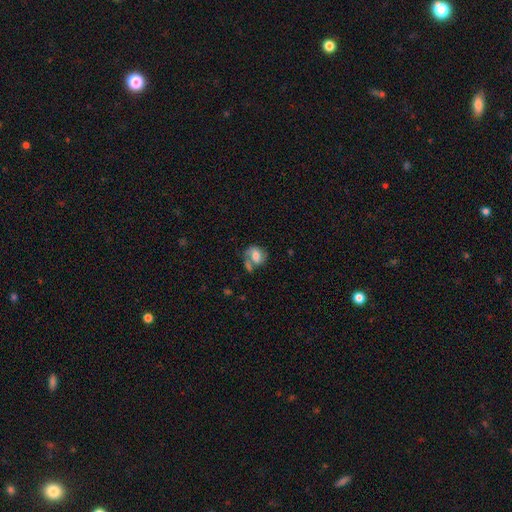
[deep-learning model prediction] This appears to be a featured or disk galaxy (53%) with no bar (45%), spiral arms (78%) and a moderate central bulge (53%). Merging: none (41%).